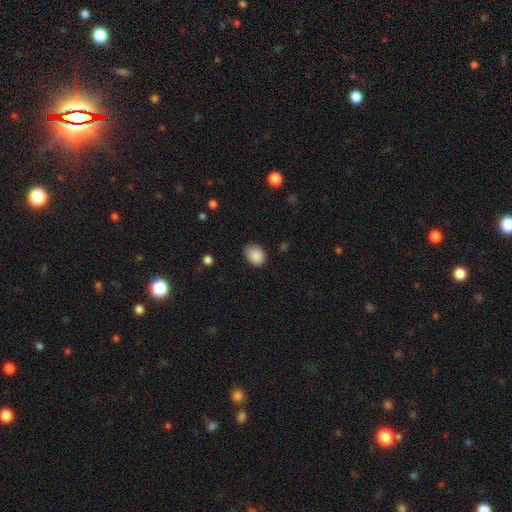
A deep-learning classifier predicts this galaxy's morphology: A smooth galaxy with no disk features (88%) that is in between round and cigar-shaped (57%).

Vote fractions:
- Smooth or featured? smooth: 88% / star or artifact: 8% / featured or disk: 3%
- How rounded? in between: 57% / round: 42% / cigar-shaped: 1%
- Merging? none: 76% / minor disturbance: 19% / major disturbance: 4% / merger: 1%